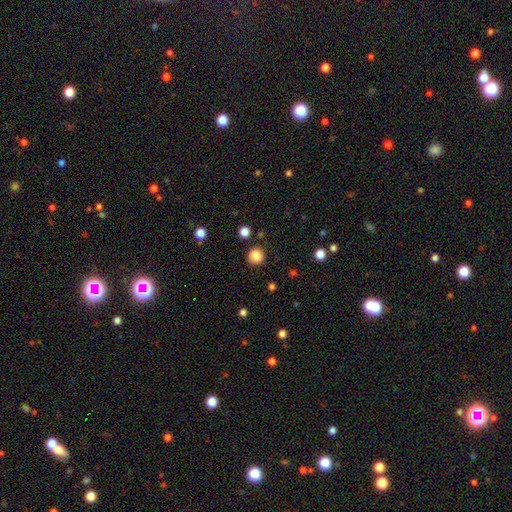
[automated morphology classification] This is clearly a smooth galaxy (86%). How rounded: clearly round (93%). Merging: clearly none (89%).